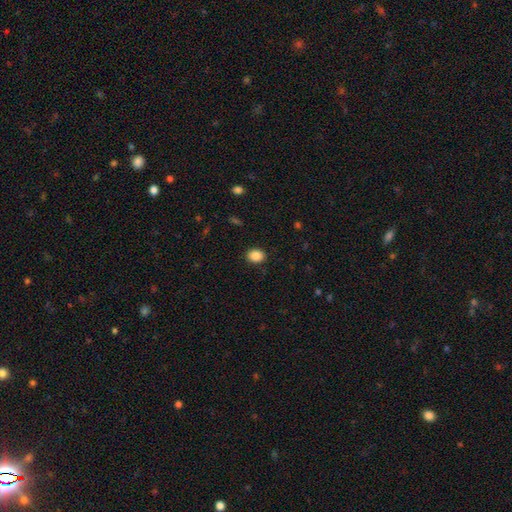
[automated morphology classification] A smooth galaxy with no disk features (88%) that is round (50%).

Vote fractions:
- Smooth or featured? smooth: 88% / star or artifact: 9% / featured or disk: 4%
- How rounded? round: 50% / in between: 49% / cigar-shaped: 1%
- Merging? none: 89% / minor disturbance: 8% / major disturbance: 2% / merger: 1%